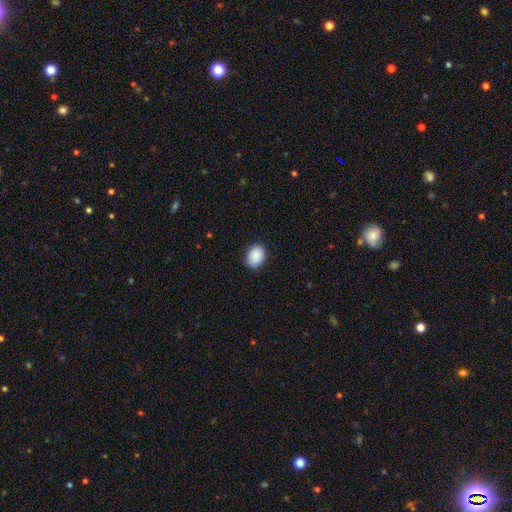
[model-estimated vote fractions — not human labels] Smooth or featured?
  - smooth: 90% *
  - star or artifact: 7%
  - featured or disk: 3%
How rounded?
  - in between: 66% *
  - round: 34%
  - cigar-shaped: 1%
Merging?
  - none: 86% *
  - minor disturbance: 11%
  - major disturbance: 2%
  - merger: 1%